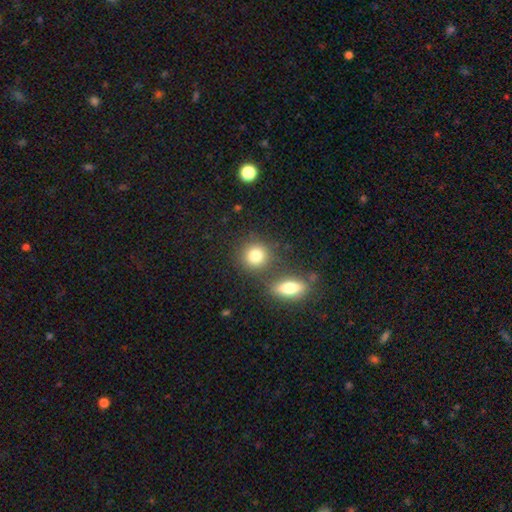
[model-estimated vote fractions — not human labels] Smooth or featured? Predicted: smooth (p=0.82). How rounded? Predicted: round (p=0.84). Merging? Predicted: none (p=0.70).